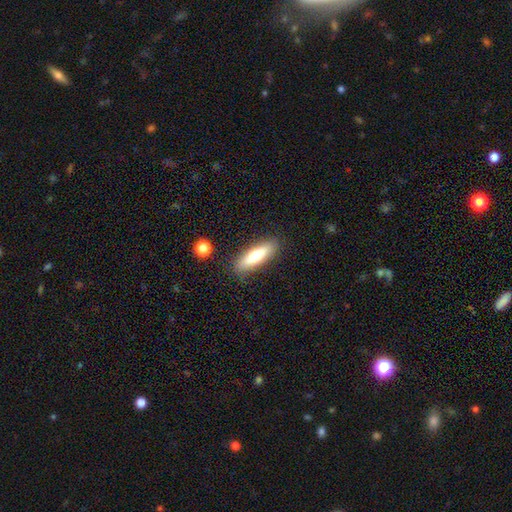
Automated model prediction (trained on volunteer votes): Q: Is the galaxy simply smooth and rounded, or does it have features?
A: smooth — 67%.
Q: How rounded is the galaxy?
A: cigar-shaped — 62%.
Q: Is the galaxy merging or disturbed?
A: none — 87%.